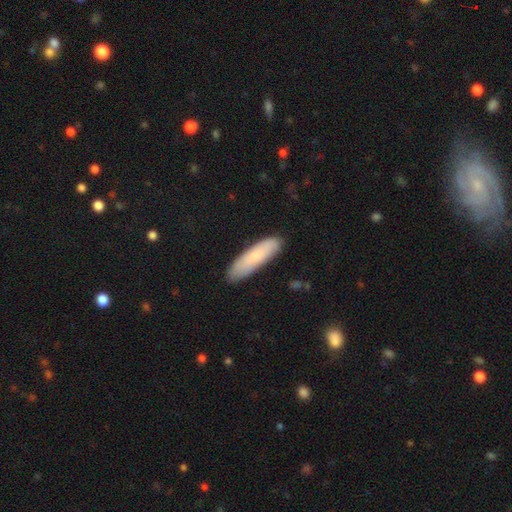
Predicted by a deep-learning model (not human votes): This appears to be a smooth galaxy with no disk features (78%) that is cigar-shaped (68%). Merging: none (84%).